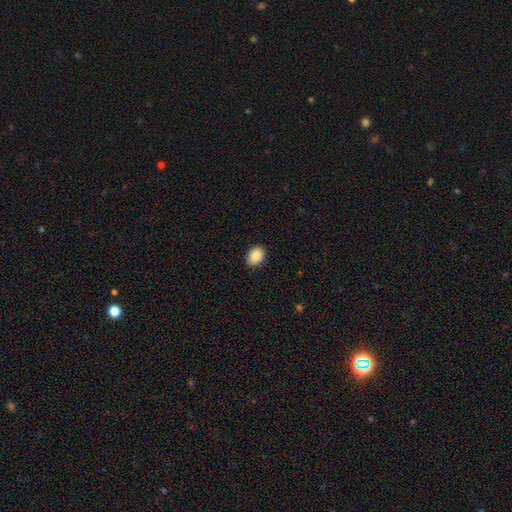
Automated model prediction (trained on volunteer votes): Q: Smooth or featured?
A: smooth (88%); runner-up: star or artifact (8%)
Q: How rounded?
A: in between (67%); runner-up: round (33%)
Q: Merging?
A: none (90%); runner-up: minor disturbance (7%)